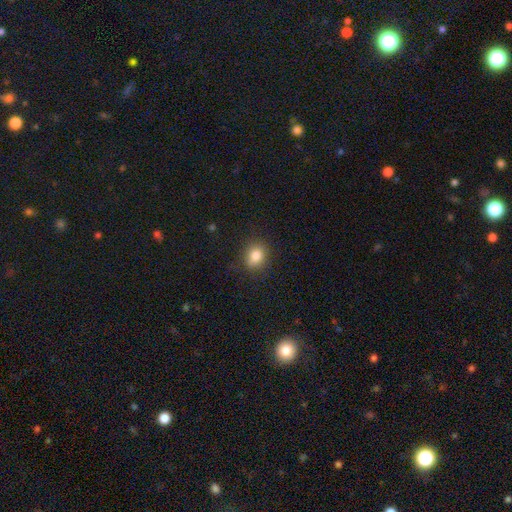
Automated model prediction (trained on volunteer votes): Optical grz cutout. It shows a smooth galaxy with no disk features (82%) that is round (55%). Merging: none (85%).